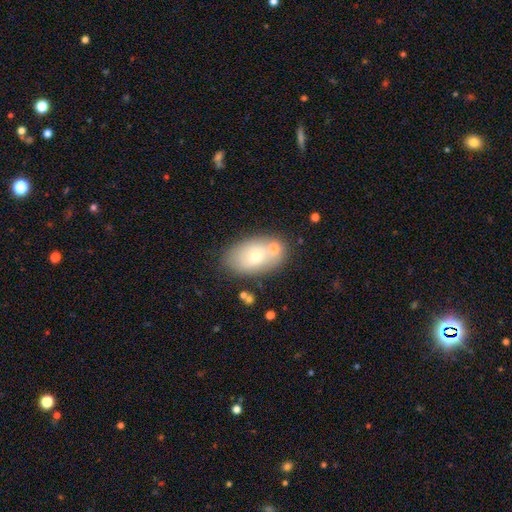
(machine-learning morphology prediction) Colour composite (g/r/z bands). It shows a smooth galaxy with no disk features (68%) that is in between round and cigar-shaped (91%). Merging: none (67%).